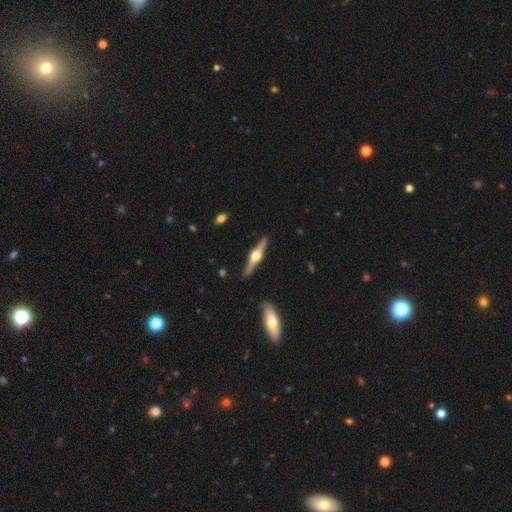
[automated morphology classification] This is clearly a featured or disk galaxy (81%). It is clearly viewed edge-on (98%). Edge-on bulge: clearly rounded (96%). Merging: clearly none (90%).